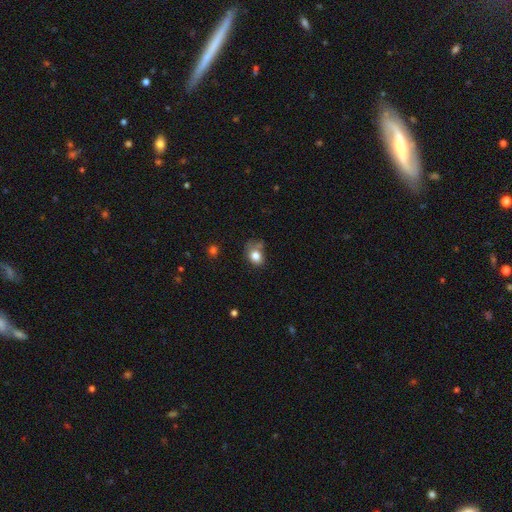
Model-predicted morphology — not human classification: Q: Smooth or featured?
A: smooth (79%); runner-up: star or artifact (10%)
Q: How rounded?
A: in between (57%); runner-up: round (42%)
Q: Merging?
A: none (47%); runner-up: minor disturbance (30%)